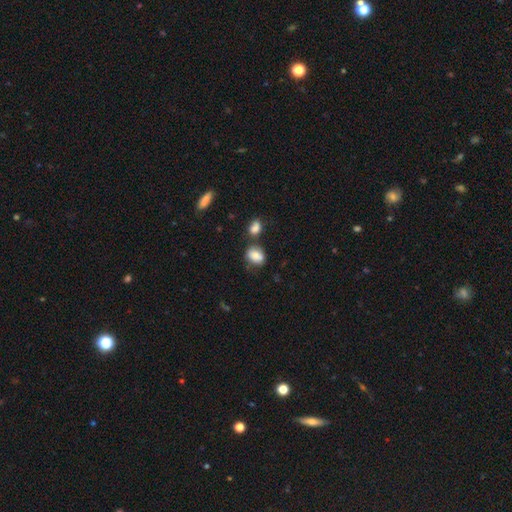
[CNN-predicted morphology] The model was most divided on "merging": none: 55%, merger: 22%, minor disturbance: 18%, major disturbance: 6%. More confident: smooth or featured — smooth (80%); how rounded — in between (67%).